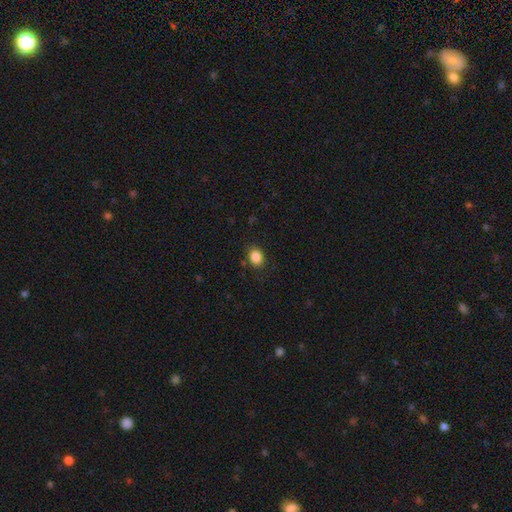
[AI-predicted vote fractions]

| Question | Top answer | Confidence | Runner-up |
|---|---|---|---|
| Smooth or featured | smooth | 86% | star or artifact (10%) |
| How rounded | in between | 52% | round (47%) |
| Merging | none | 85% | minor disturbance (10%) |